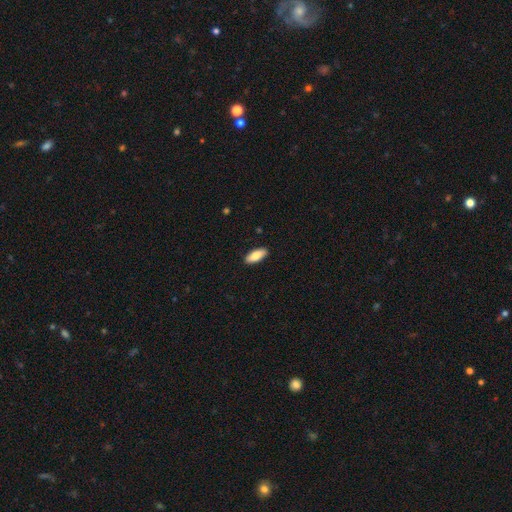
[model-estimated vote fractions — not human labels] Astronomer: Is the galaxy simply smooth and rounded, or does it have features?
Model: smooth — 85%.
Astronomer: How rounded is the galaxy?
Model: in between — 81%.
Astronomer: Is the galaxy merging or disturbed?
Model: none — 90%.